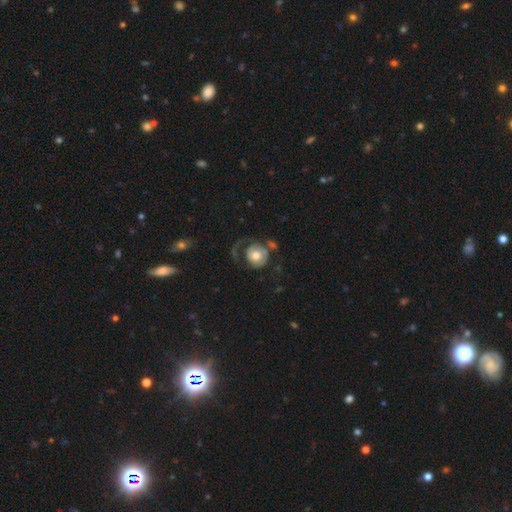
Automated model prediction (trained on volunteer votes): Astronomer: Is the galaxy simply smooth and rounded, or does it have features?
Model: featured or disk — 50% (runner-up: smooth, 44%).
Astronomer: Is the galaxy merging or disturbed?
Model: major disturbance — 38% (runner-up: none, 36%).